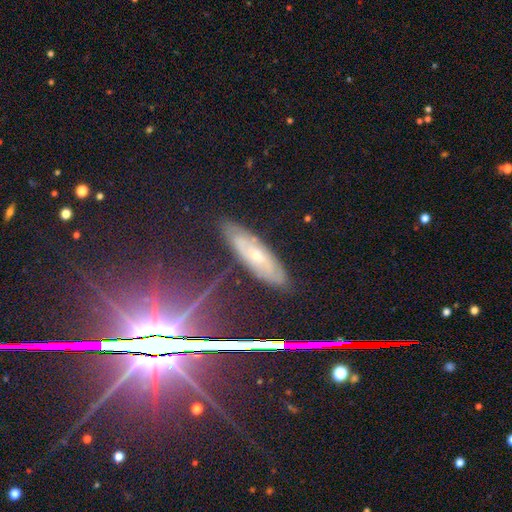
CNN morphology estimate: Overall: featured or disk (55%; smooth 25%). Edge-on disk: no (66%; yes 34%). Merging: none (82%).